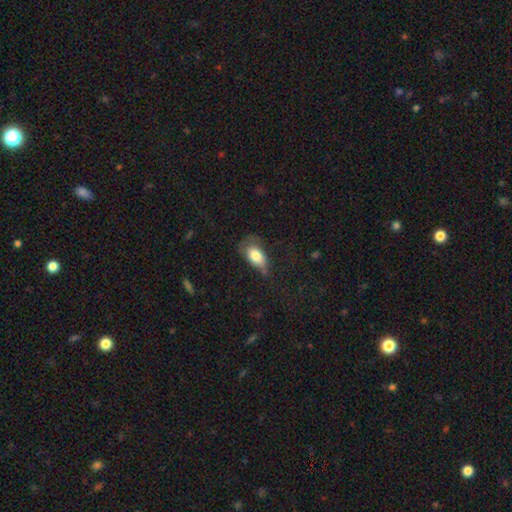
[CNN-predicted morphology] This appears to be a smooth galaxy with no disk features (79%) that is in between round and cigar-shaped (91%). Merging: none (41%).